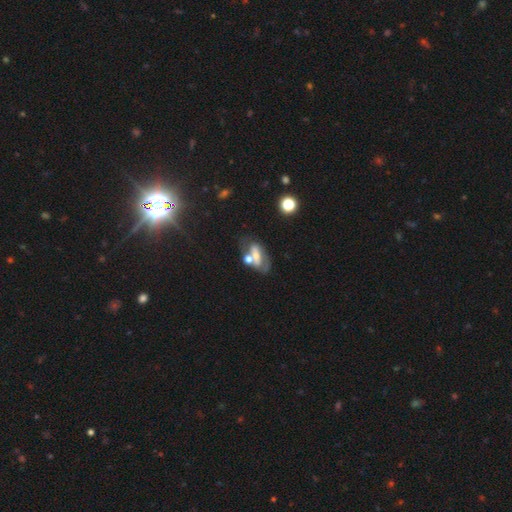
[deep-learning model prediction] This is possibly a featured or disk galaxy (51%). It is clearly not viewed edge-on (84%). Merging: marginally none (38%).